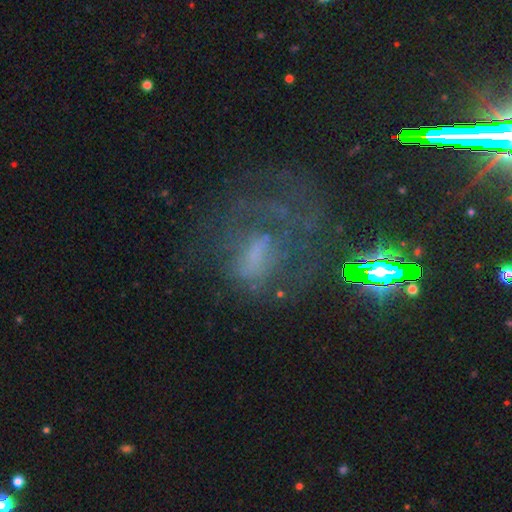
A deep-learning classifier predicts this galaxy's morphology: This is possibly a featured or disk galaxy (47%). Merging: marginally major disturbance (41%).